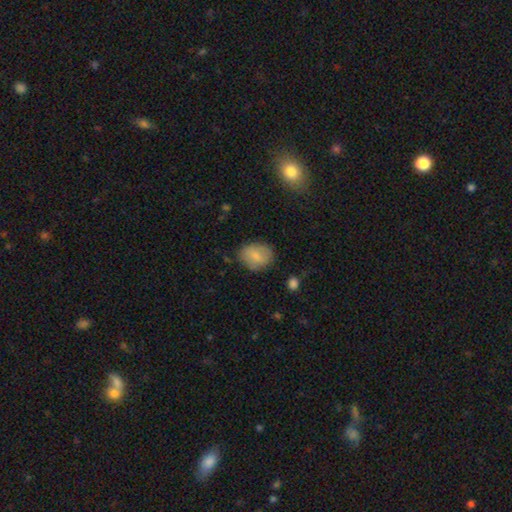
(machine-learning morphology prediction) Smooth or featured?
  - smooth: 80% *
  - featured or disk: 12%
  - star or artifact: 8%
How rounded?
  - in between: 57% *
  - round: 42%
  - cigar-shaped: 1%
Merging?
  - none: 77% *
  - minor disturbance: 17%
  - major disturbance: 4%
  - merger: 2%